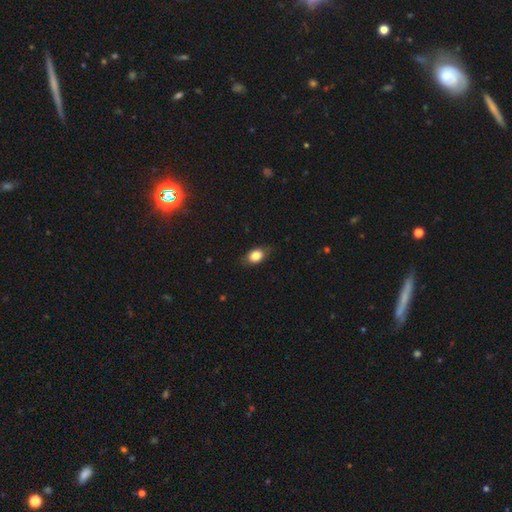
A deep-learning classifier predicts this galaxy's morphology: Smooth or featured? smooth (80%)
How rounded? in between (80%)
Merging? none (78%)